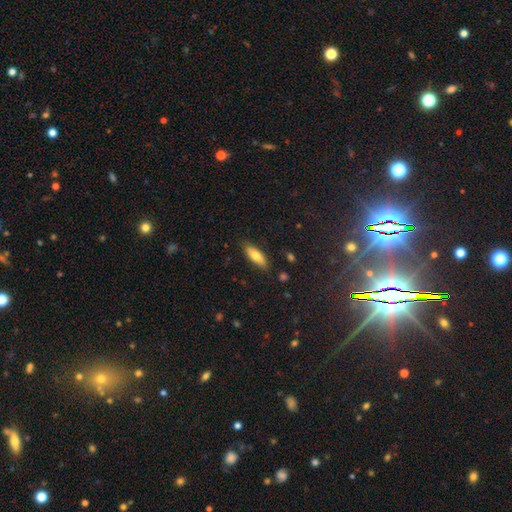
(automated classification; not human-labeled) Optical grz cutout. It shows a smooth galaxy with no disk features (74%) that is in between round and cigar-shaped (67%). Merging: none (84%).